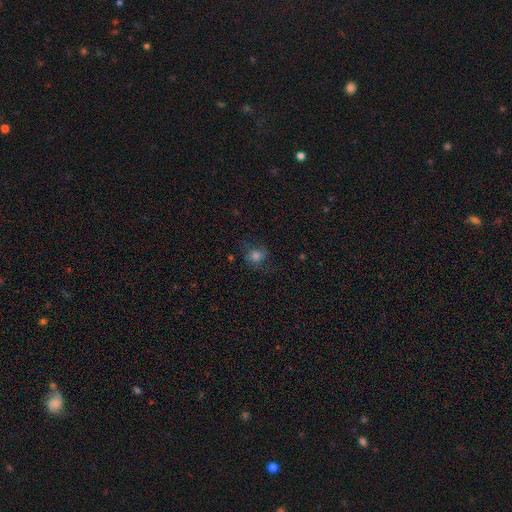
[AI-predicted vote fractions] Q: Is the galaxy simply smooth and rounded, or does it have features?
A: smooth — 60%.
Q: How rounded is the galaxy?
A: round — 76%.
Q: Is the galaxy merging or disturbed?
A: none — 62%.